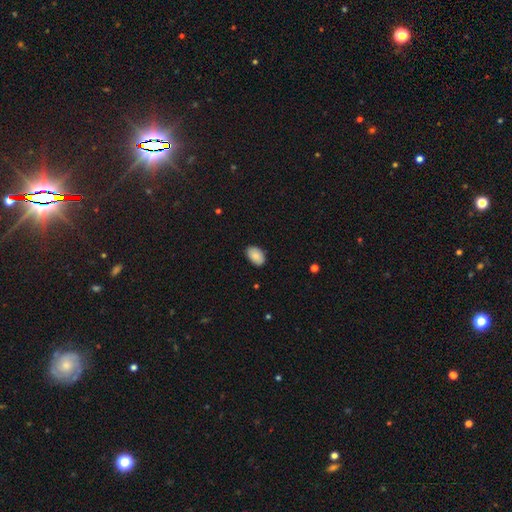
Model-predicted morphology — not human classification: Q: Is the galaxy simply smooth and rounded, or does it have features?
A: smooth — 88%.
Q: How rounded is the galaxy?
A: in between — 91%.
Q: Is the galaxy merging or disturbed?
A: none — 86%.